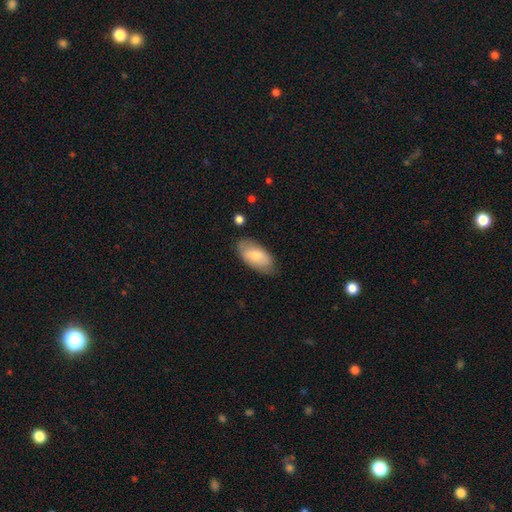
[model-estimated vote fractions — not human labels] Smooth or featured? Predicted: smooth (p=0.74). How rounded? Predicted: in between (p=0.94). Merging? Predicted: none (p=0.71).